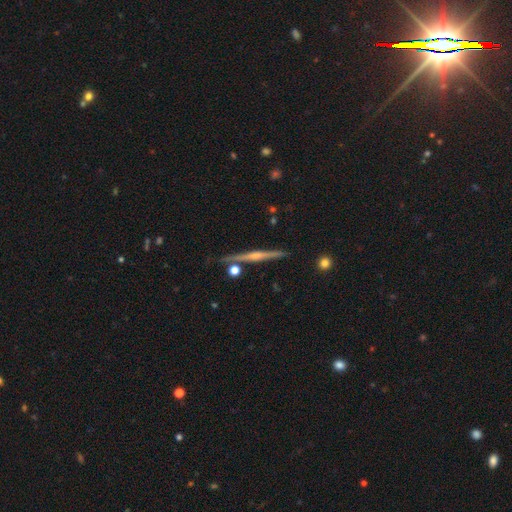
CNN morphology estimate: smooth_or_featured: featured or disk (p=0.66) [alt: smooth p=0.19]
disk_edge_on: yes (p=0.92) [alt: no p=0.08]
edge_on_bulge: rounded (p=0.76) [alt: none p=0.16]
merging: none (p=0.76) [alt: minor disturbance p=0.10]